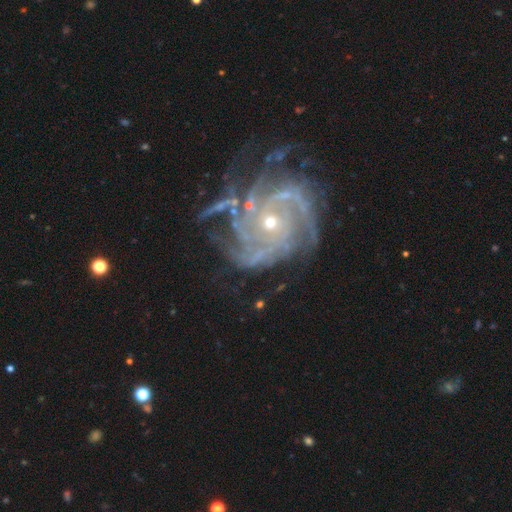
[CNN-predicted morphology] Q: Smooth or featured?
A: featured or disk (90%); runner-up: star or artifact (7%)
Q: Edge-on disk?
A: no (98%); runner-up: yes (2%)
Q: Bar?
A: no (77%); runner-up: weak (16%)
Q: Spiral arms?
A: yes (98%); runner-up: no (2%)
Q: Spiral winding?
A: tight (64%); runner-up: medium (30%)
Q: Spiral arm count?
A: 4 (23%); runner-up: 3 (21%)
Q: Bulge size?
A: small (66%); runner-up: moderate (31%)
Q: Merging?
A: none (61%); runner-up: minor disturbance (20%)